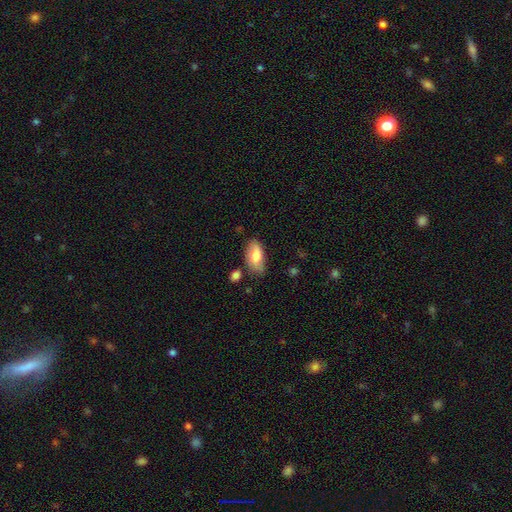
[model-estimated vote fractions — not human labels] Q: Smooth or featured?
A: smooth (75%); runner-up: featured or disk (19%)
Q: How rounded?
A: in between (93%); runner-up: cigar-shaped (4%)
Q: Merging?
A: none (64%); runner-up: minor disturbance (25%)